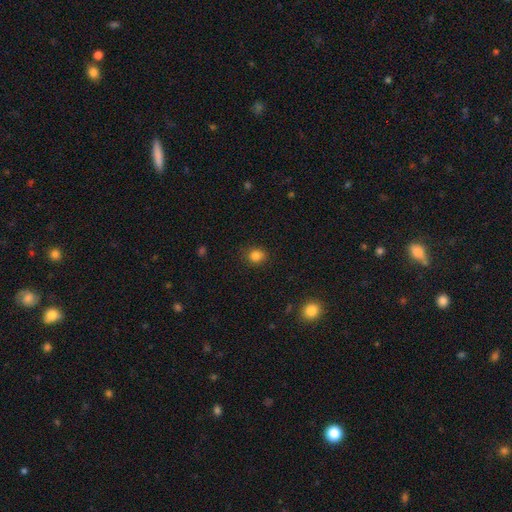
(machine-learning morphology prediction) Smooth or featured? Predicted: smooth (p=0.83). How rounded? Predicted: round (p=0.74). Merging? Predicted: none (p=0.85).